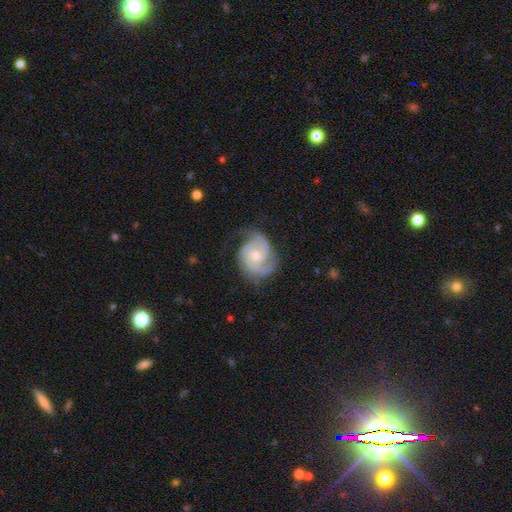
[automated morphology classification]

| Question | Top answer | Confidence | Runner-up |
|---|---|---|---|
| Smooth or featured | featured or disk | 89% | smooth (6%) |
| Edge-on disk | no | 98% | yes (2%) |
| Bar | no | 64% | weak (31%) |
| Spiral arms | yes | 98% | no (2%) |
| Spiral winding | tight | 55% | medium (38%) |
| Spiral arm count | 2 | 65% | 3 (21%) |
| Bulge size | moderate | 54% | small (41%) |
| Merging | none | 69% | minor disturbance (22%) |